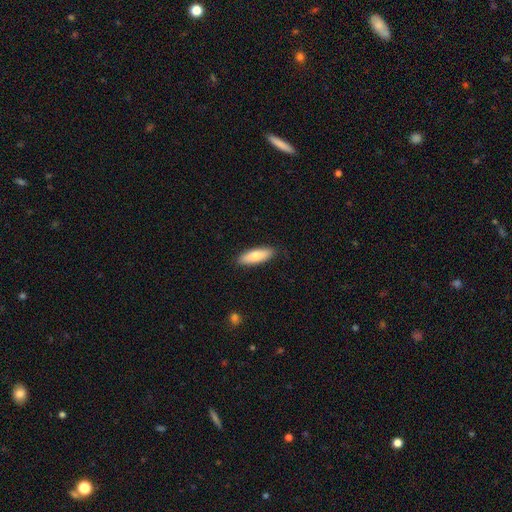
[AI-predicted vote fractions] This appears to be a smooth galaxy with no disk features (74%) that is in between round and cigar-shaped (56%). Merging: none (89%).